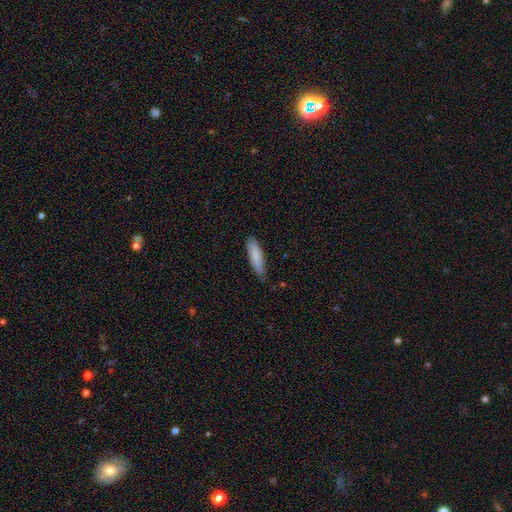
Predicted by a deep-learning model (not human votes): The model was most divided on "how rounded": cigar-shaped: 60%, in between: 39%, round: 1%. More confident: smooth or featured — smooth (84%); merging — none (76%).